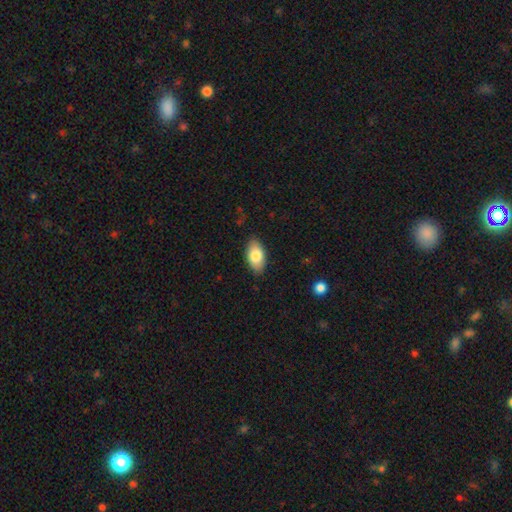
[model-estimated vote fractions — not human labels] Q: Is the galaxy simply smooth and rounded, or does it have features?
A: smooth — 82%.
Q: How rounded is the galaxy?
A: in between — 94%.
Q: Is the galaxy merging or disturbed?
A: none — 86%.